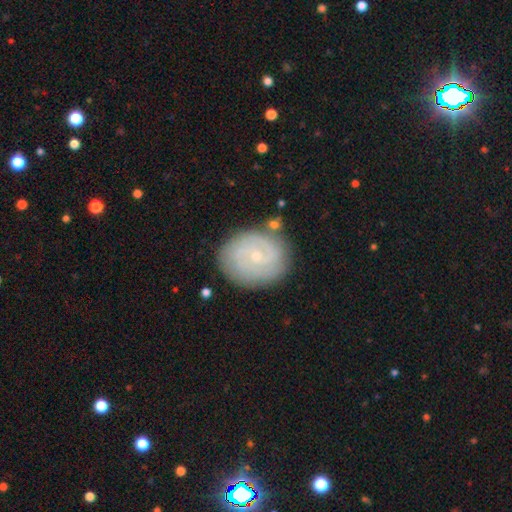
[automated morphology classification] Overall: featured or disk (75%). Edge-on disk: no (97%). Bar: no (65%; weak 30%). Spiral arms: yes (92%). Spiral arm count: 2 (42%; can't tell 27%). Spiral winding: tight (65%; medium 28%). Bulge size: small (77%). Merging: none (81%).